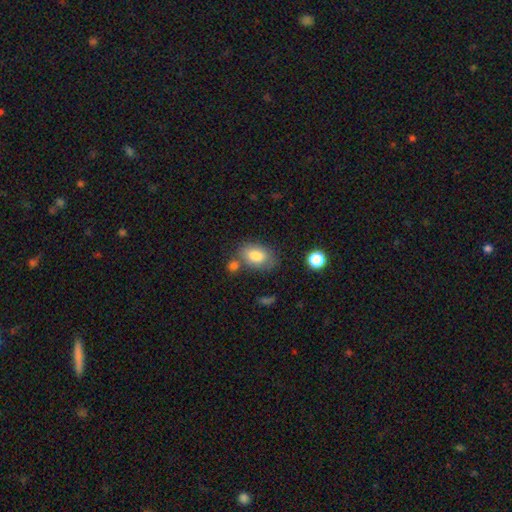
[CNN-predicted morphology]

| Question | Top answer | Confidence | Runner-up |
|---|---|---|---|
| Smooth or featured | smooth | 82% | featured or disk (10%) |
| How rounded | in between | 87% | round (11%) |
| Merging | none | 63% | minor disturbance (18%) |